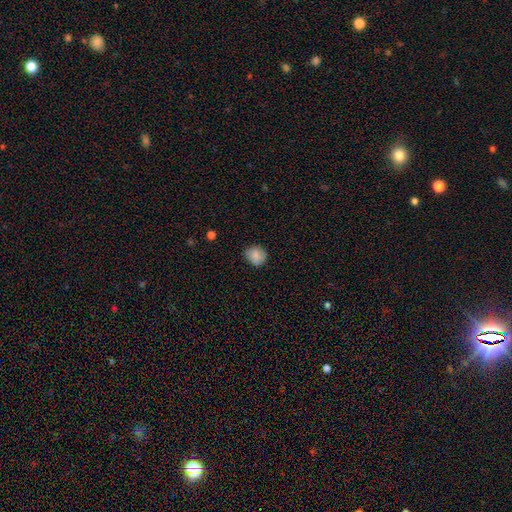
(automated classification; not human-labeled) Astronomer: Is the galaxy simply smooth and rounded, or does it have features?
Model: smooth — 84%.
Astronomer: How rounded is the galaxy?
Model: round — 80%.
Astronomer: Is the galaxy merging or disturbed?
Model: none — 79%.